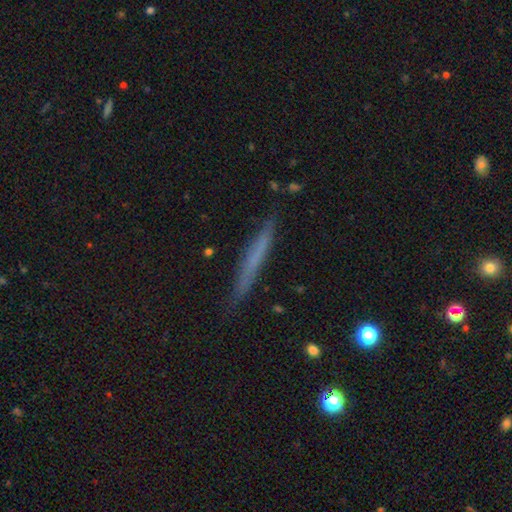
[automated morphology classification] A smooth galaxy with no disk features (52%) that is cigar-shaped (96%).

Vote fractions:
- Smooth or featured? smooth: 52% / featured or disk: 39% / star or artifact: 9%
- How rounded? cigar-shaped: 96% / in between: 3% / round: 2%
- Merging? none: 87% / minor disturbance: 10% / major disturbance: 2% / merger: 1%